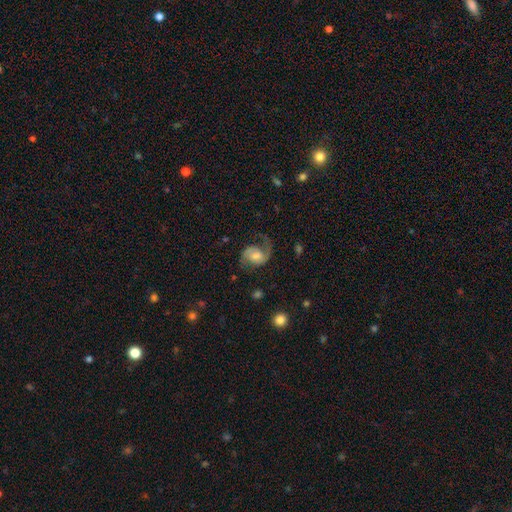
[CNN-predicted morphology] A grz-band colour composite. It shows a featured or disk galaxy (80%) with no bar (49%), 2 (79%) medium (48%) spiral arms (95%) and a moderate central bulge (50%). Merging: none (59%).